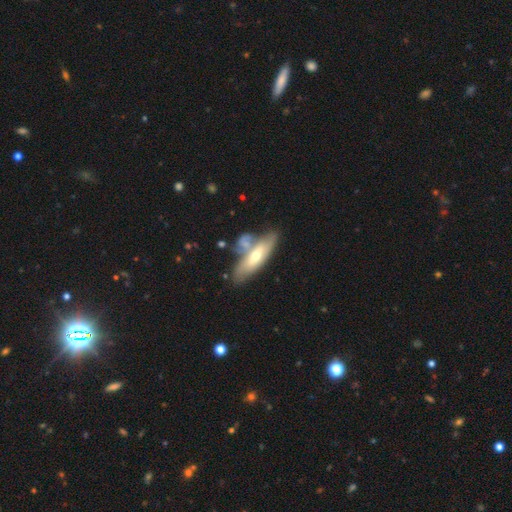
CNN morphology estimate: Q: Smooth or featured?
A: featured or disk (49%); runner-up: smooth (46%)
Q: Merging?
A: none (46%); runner-up: merger (34%)